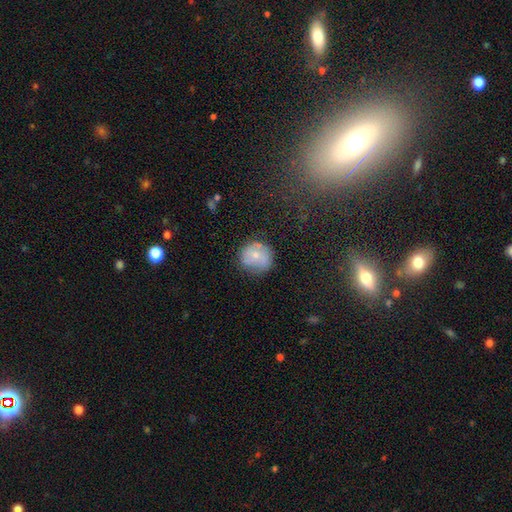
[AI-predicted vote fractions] smooth-or-featured: smooth: 64% | featured or disk: 26% | star or artifact: 9%
  how-rounded: round: 88% | in between: 11% | cigar-shaped: 1%
  merging: none: 65% | minor disturbance: 23% | major disturbance: 7% | merger: 4%